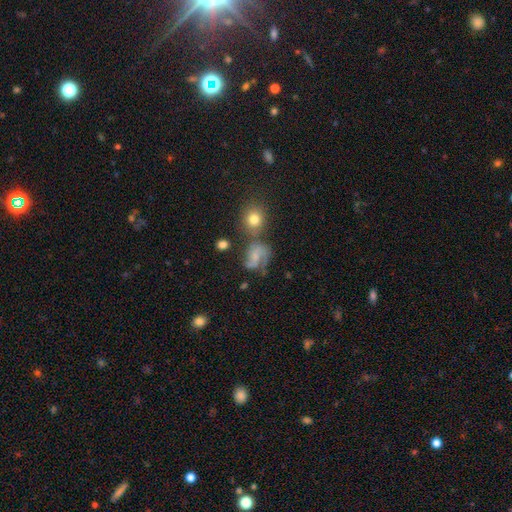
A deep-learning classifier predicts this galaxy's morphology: Smooth or featured? Predicted: featured or disk (p=0.57). Edge-on disk? Predicted: no (p=0.98). Bar? Predicted: no (p=0.61). Spiral arms? Predicted: yes (p=0.85). Bulge size? Predicted: small (p=0.55). Merging? Predicted: none (p=0.41).